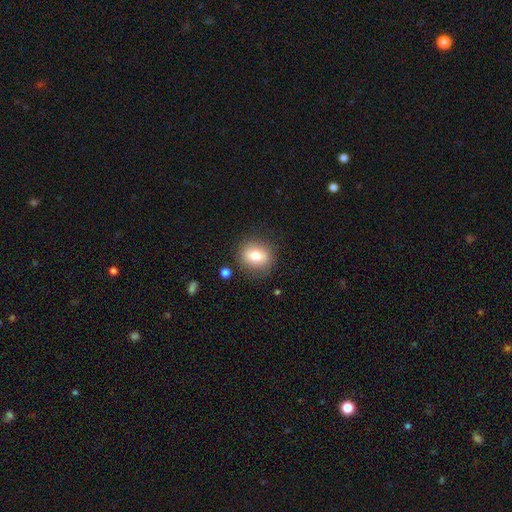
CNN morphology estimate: A smooth galaxy with no disk features (72%) that is round (70%).

Vote fractions:
- Smooth or featured? smooth: 72% / featured or disk: 18% / star or artifact: 10%
- How rounded? round: 70% / in between: 29% / cigar-shaped: 1%
- Merging? none: 85% / minor disturbance: 10% / major disturbance: 3% / merger: 2%